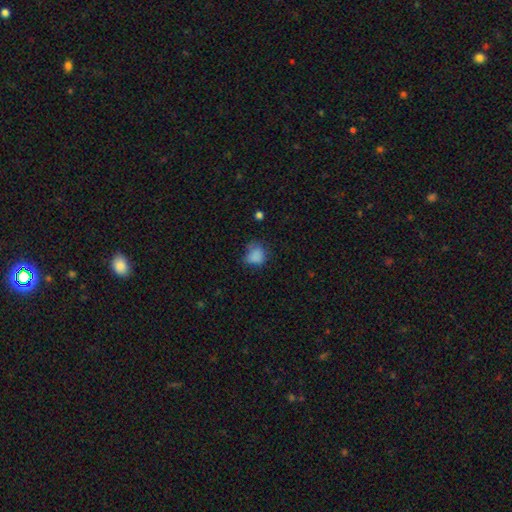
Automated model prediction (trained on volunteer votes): Morphology: type=smooth (81%); roundness=round (58%); merging=none (53%).